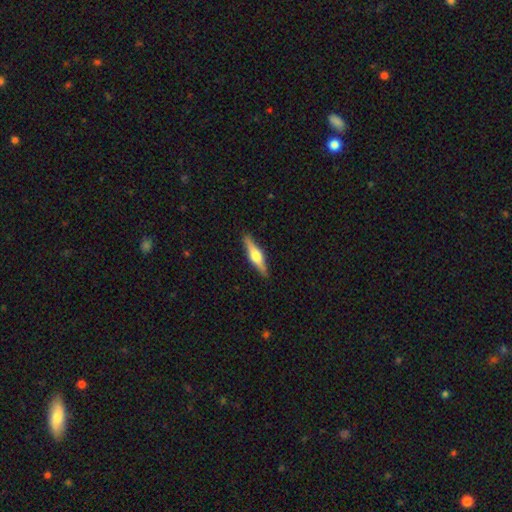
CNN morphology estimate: Smooth or featured? Predicted: featured or disk (p=0.64). Edge-on disk? Predicted: yes (p=0.97). Edge-on bulge? Predicted: rounded (p=0.91). Merging? Predicted: none (p=0.90).